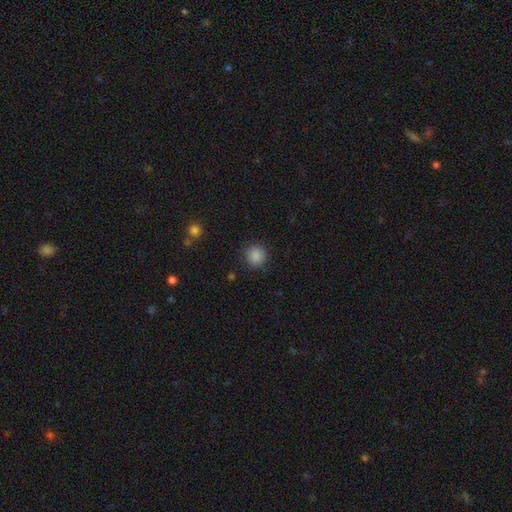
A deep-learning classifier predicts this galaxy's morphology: Q: Smooth or featured?
A: smooth (87%); runner-up: star or artifact (10%)
Q: How rounded?
A: round (93%); runner-up: in between (6%)
Q: Merging?
A: none (88%); runner-up: minor disturbance (8%)